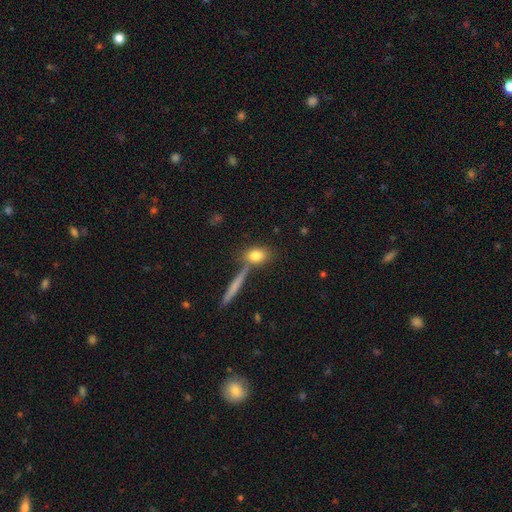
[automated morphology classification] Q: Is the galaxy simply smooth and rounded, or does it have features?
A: smooth — 78%.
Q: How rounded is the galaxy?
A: in between — 64%.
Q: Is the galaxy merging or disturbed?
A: none — 64%.